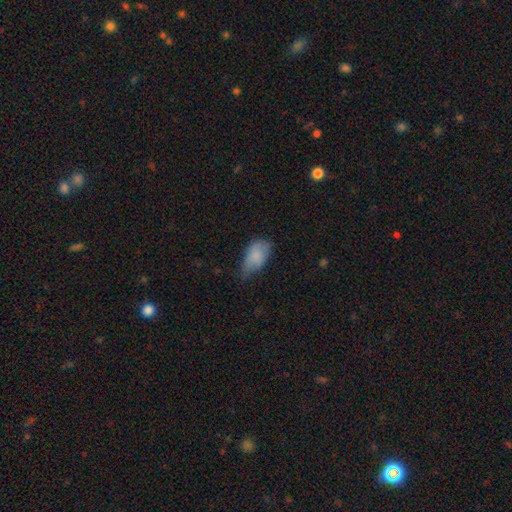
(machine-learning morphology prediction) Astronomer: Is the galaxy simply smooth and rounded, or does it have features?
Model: smooth — 82%.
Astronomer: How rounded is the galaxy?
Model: in between — 93%.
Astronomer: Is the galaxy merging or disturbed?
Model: minor disturbance — 47% (runner-up: none, 39%).